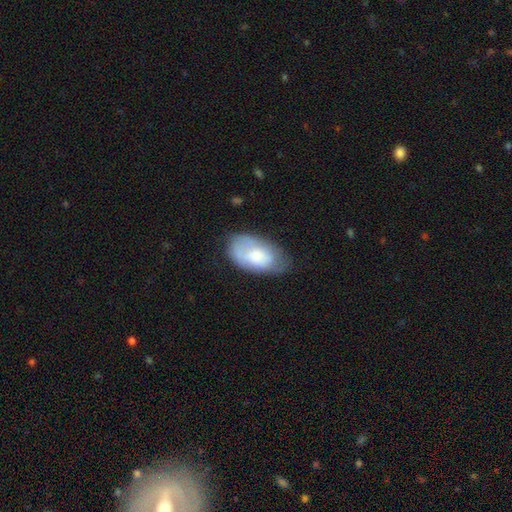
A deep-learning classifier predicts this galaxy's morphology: This is likely a smooth galaxy (64%). How rounded: clearly in between (93%). Merging: possibly none (59%).